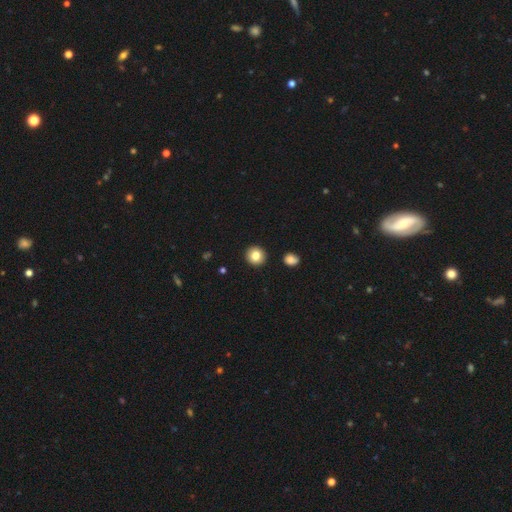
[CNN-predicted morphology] Overall: smooth (83%). How rounded: round (93%). Merging: none (92%).